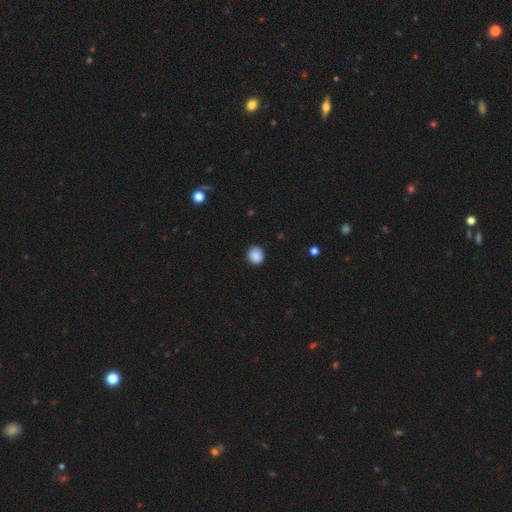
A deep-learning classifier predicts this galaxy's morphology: type=smooth (88%); roundness=round (81%); merging=none (89%).